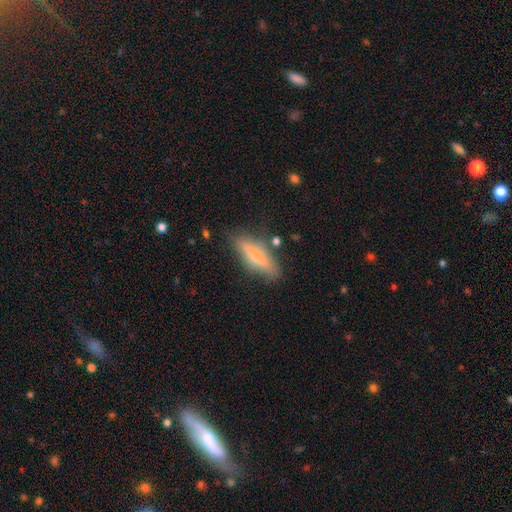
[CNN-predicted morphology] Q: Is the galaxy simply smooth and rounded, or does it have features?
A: smooth — 63%.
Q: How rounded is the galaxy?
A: cigar-shaped — 62%.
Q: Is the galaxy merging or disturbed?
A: none — 78%.